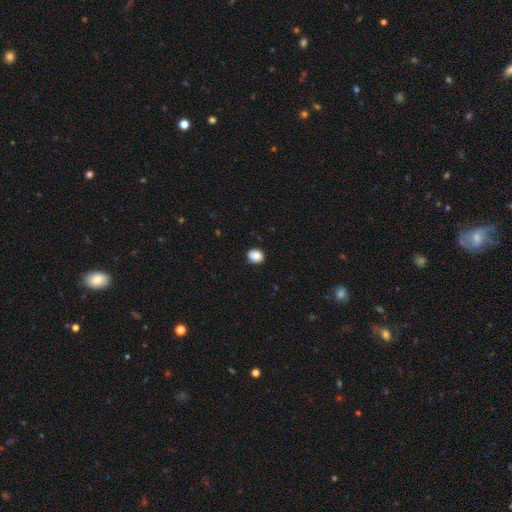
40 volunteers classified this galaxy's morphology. type=smooth (90%); roundness=round (58%); merging=none (92%).